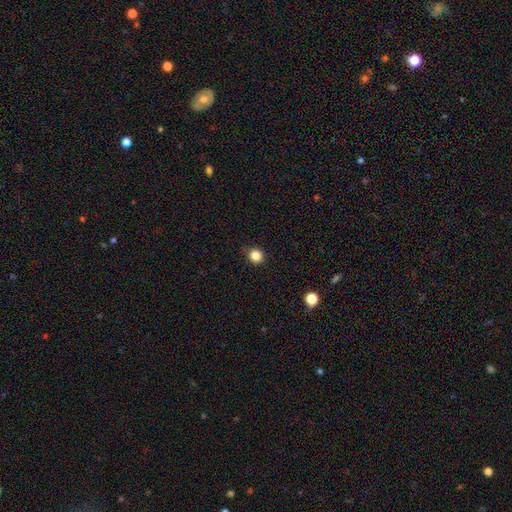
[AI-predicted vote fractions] Overall: smooth (84%). How rounded: round (86%). Merging: none (87%).